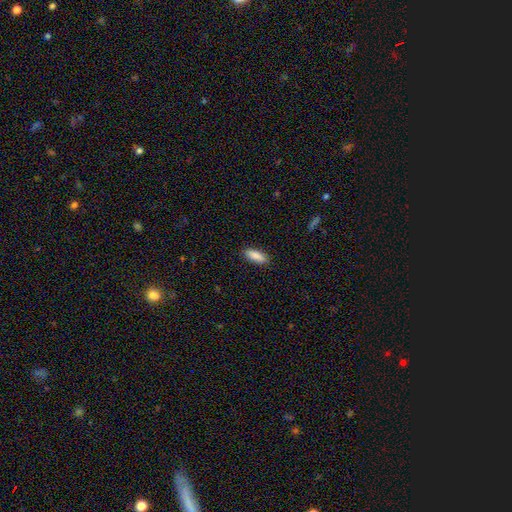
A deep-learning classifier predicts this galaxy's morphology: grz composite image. It shows a smooth galaxy with no disk features (88%) that is in between round and cigar-shaped (68%). Merging: none (89%).